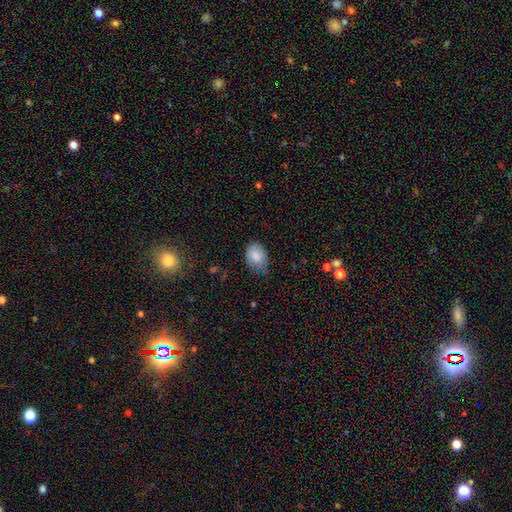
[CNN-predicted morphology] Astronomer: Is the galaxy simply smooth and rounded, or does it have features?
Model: smooth — 85%.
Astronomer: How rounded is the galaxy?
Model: in between — 80%.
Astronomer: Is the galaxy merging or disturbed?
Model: none — 60%.